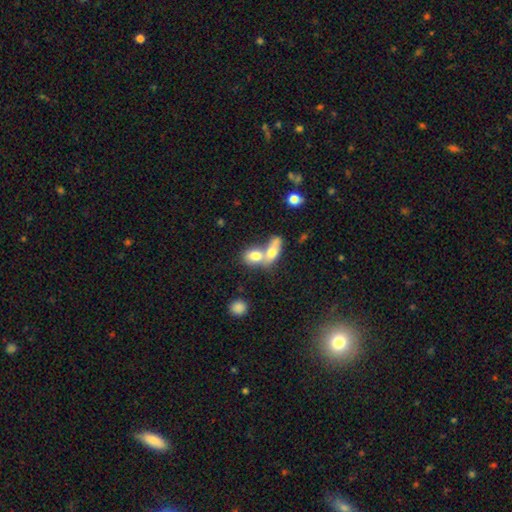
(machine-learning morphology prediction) smooth_or_featured: smooth (p=0.76) [alt: featured or disk p=0.17]
how_rounded: in between (p=0.76) [alt: round p=0.19]
merging: merger (p=0.73) [alt: none p=0.19]